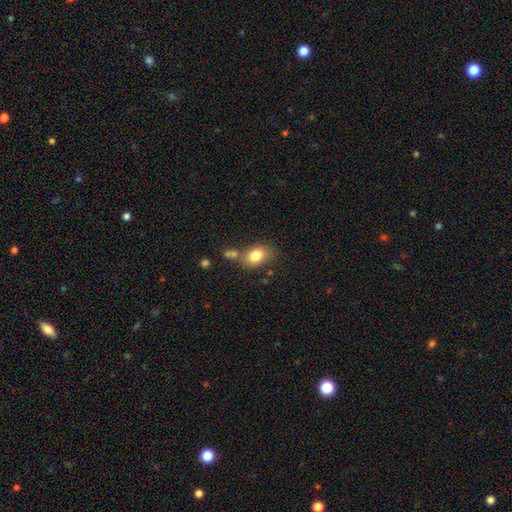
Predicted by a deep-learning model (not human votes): Smooth or featured: smooth — 81% (featured or disk — 10%)
How rounded: in between — 75% (round — 24%)
Merging: none — 63% (minor disturbance — 16%)